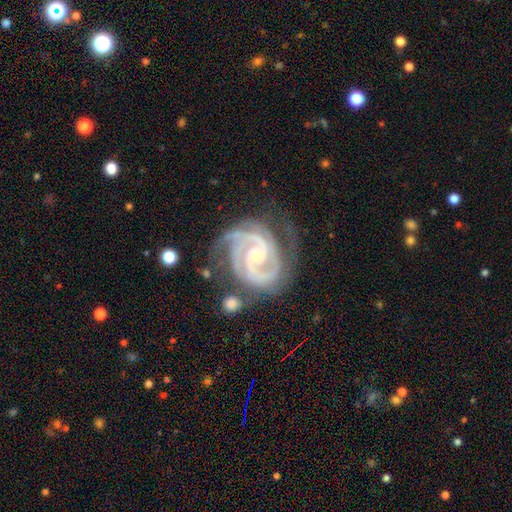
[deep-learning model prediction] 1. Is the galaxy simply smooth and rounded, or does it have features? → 93% featured or disk, 4% star or artifact, 3% smooth.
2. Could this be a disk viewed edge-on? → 98% no, 2% yes.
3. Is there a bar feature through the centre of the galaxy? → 57% no, 30% weak, 14% strong.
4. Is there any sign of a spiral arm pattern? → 99% yes, 1% no.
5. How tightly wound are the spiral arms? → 67% tight, 30% medium, 3% loose.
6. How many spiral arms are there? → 47% 2, 34% 3, 6% 4, 6% can't tell, 4% more than 4, 4% 1.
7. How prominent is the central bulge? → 74% small, 23% moderate, 1% none, 1% large, 1% dominant.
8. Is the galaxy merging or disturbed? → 64% none, 22% minor disturbance, 10% major disturbance, 4% merger.